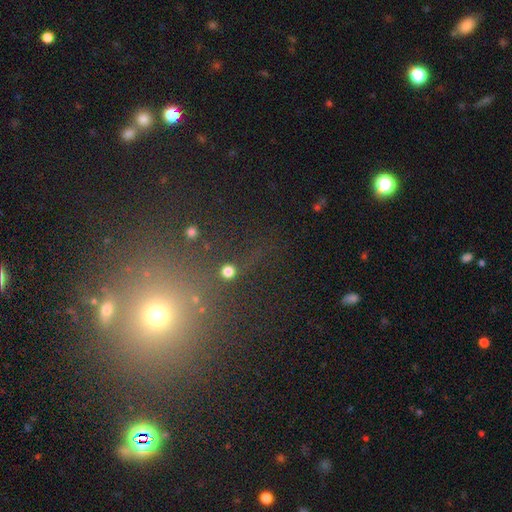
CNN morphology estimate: The model was most divided on "smooth or featured": star or artifact: 50%, smooth: 40%, featured or disk: 10%.